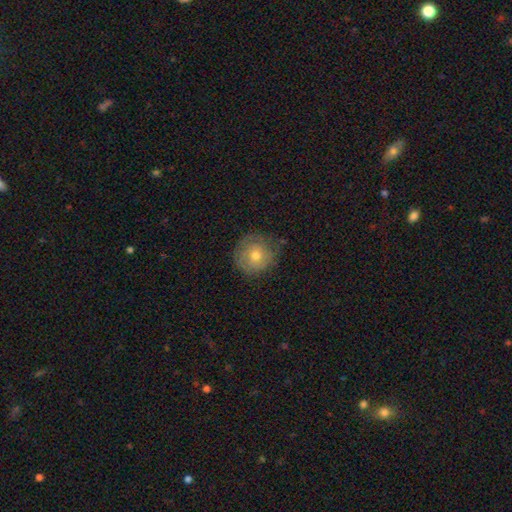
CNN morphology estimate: Smooth or featured? Predicted: smooth (p=0.60). How rounded? Predicted: round (p=0.92). Merging? Predicted: none (p=0.73).